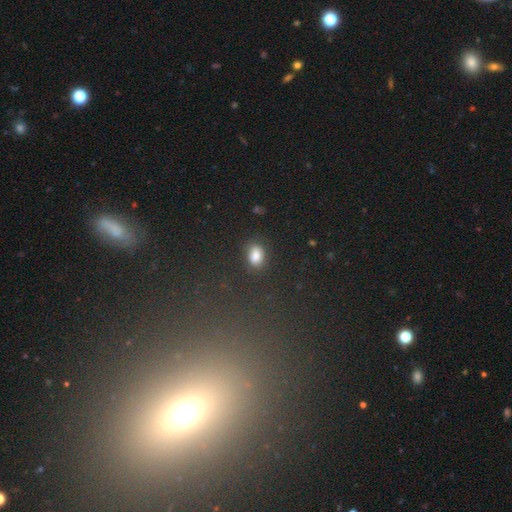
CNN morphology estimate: Smooth or featured?
  - smooth: 82% *
  - star or artifact: 12%
  - featured or disk: 7%
How rounded?
  - in between: 83% *
  - round: 15%
  - cigar-shaped: 2%
Merging?
  - none: 79% *
  - minor disturbance: 13%
  - major disturbance: 4%
  - merger: 3%